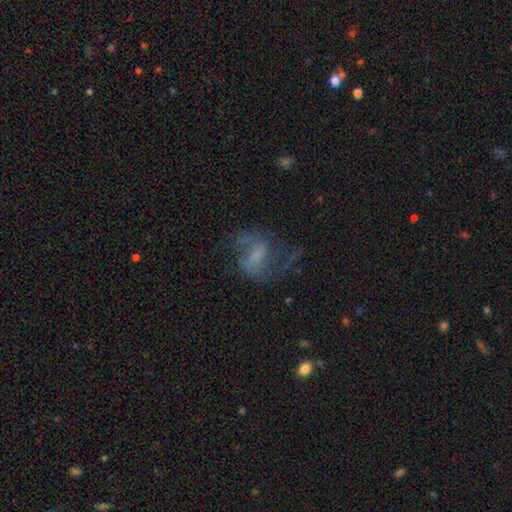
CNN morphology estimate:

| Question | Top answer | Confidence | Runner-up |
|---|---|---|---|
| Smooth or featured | featured or disk | 65% | smooth (22%) |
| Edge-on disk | no | 96% | yes (4%) |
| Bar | weak | 44% | no (29%) |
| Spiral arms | yes | 80% | no (20%) |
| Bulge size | none | 48% | small (22%) |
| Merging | none | 47% | major disturbance (31%) |